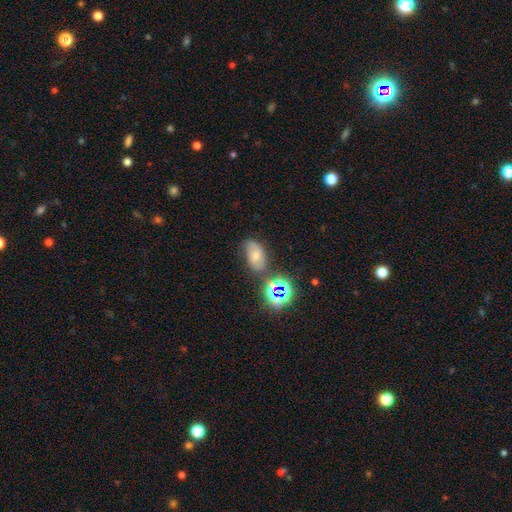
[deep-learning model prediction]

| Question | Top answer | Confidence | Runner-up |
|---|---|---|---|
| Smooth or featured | smooth | 51% | featured or disk (26%) |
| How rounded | in between | 87% | round (12%) |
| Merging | none | 62% | minor disturbance (23%) |